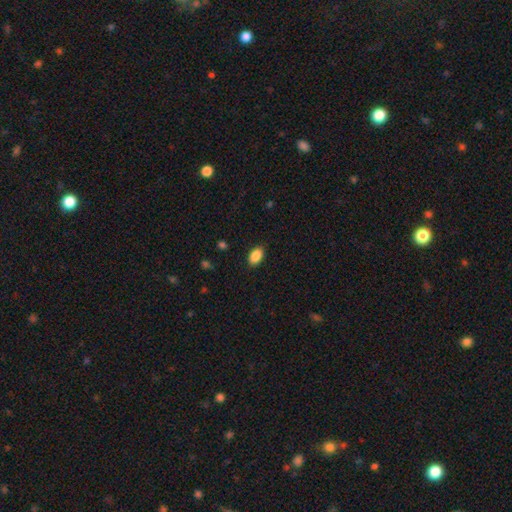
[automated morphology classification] Smooth or featured? Predicted: smooth (p=0.89). How rounded? Predicted: in between (p=0.91). Merging? Predicted: none (p=0.88).